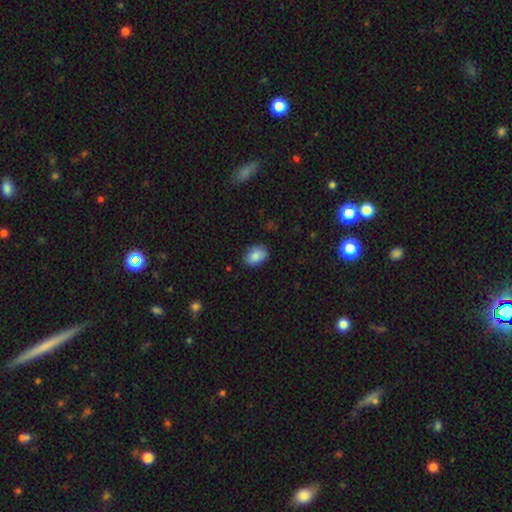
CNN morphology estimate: Q: Smooth or featured?
A: smooth (86%); runner-up: star or artifact (8%)
Q: How rounded?
A: in between (82%); runner-up: round (17%)
Q: Merging?
A: none (81%); runner-up: minor disturbance (15%)